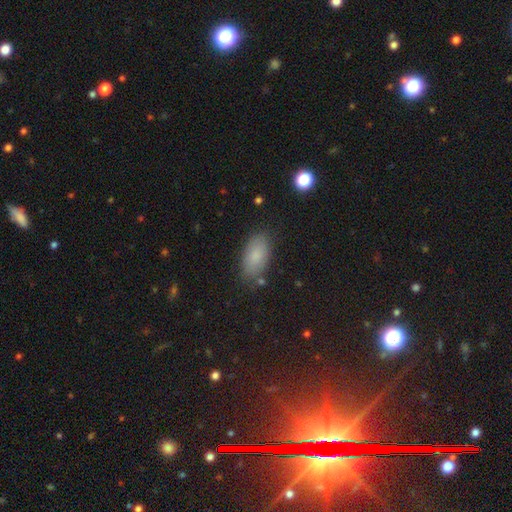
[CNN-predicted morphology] Overall: smooth (82%). How rounded: in between (92%). Merging: none (82%).